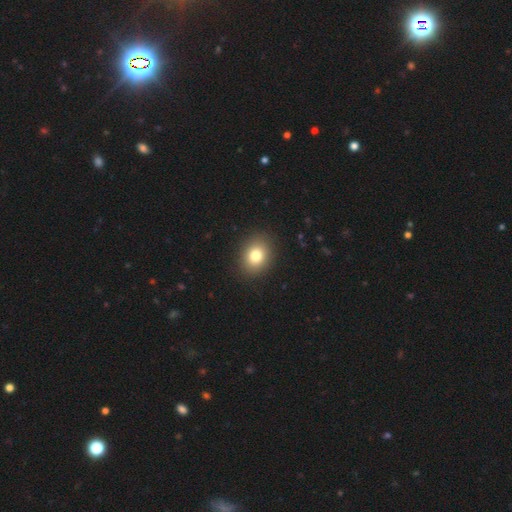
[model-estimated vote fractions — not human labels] Overall: smooth (80%). How rounded: in between (54%; round 45%). Merging: none (90%).